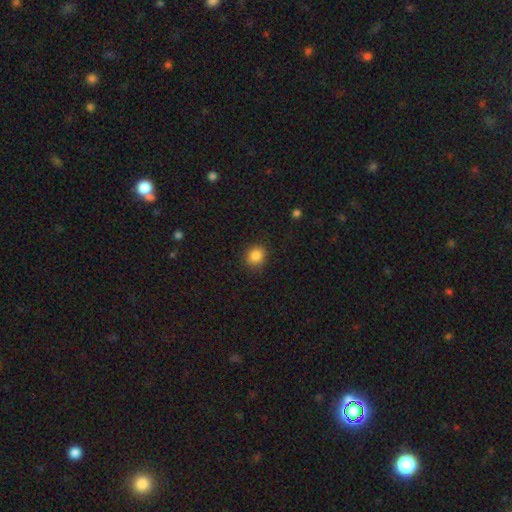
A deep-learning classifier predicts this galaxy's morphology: type=smooth (86%); roundness=round (75%); merging=none (87%).